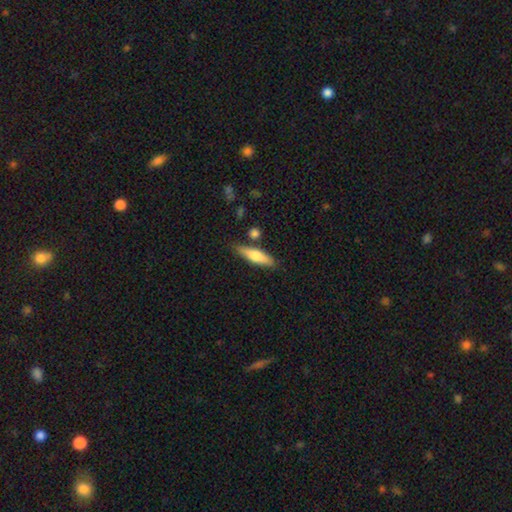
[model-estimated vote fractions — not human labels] Overall: smooth (59%; featured or disk 35%). How rounded: cigar-shaped (68%; in between 29%). Merging: none (79%).